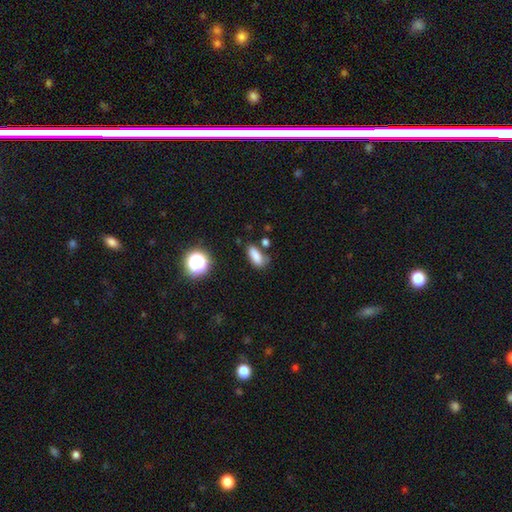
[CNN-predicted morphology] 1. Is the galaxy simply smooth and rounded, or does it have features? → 81% smooth, 12% star or artifact, 7% featured or disk.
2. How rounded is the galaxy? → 73% in between, 20% cigar-shaped, 7% round.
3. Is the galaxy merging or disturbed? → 66% none, 21% minor disturbance, 8% merger, 6% major disturbance.